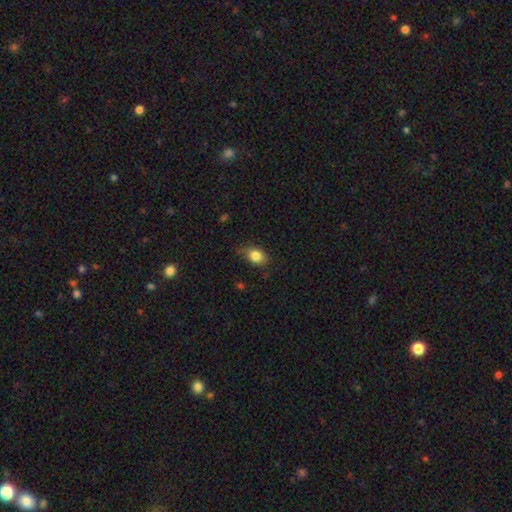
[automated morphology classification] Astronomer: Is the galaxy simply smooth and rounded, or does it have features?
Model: smooth — 84%.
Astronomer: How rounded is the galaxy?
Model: in between — 76%.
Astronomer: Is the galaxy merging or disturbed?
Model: none — 75%.